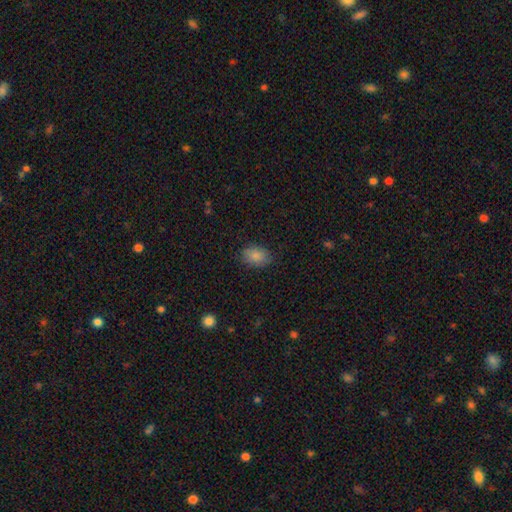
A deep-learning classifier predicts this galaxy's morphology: smooth 85%, star or artifact 8%, featured or disk 6%. Down the decision tree: how rounded — in between (81%); merging — none (83%).